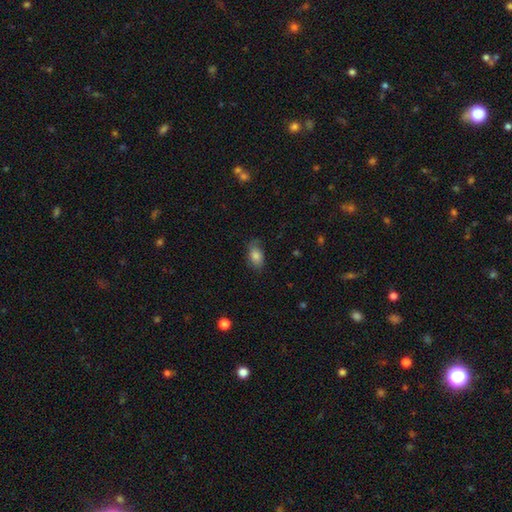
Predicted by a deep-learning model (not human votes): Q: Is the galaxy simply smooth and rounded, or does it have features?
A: smooth — 81%.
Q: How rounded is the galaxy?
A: in between — 89%.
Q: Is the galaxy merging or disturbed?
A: none — 75%.